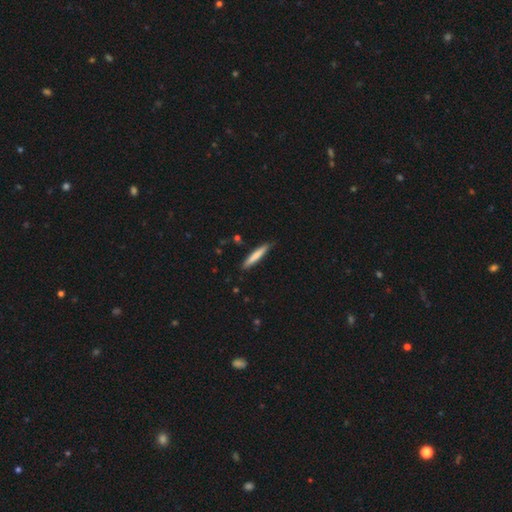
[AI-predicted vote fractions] Smooth or featured? Predicted: smooth (p=0.70). How rounded? Predicted: cigar-shaped (p=0.93). Merging? Predicted: none (p=0.86).